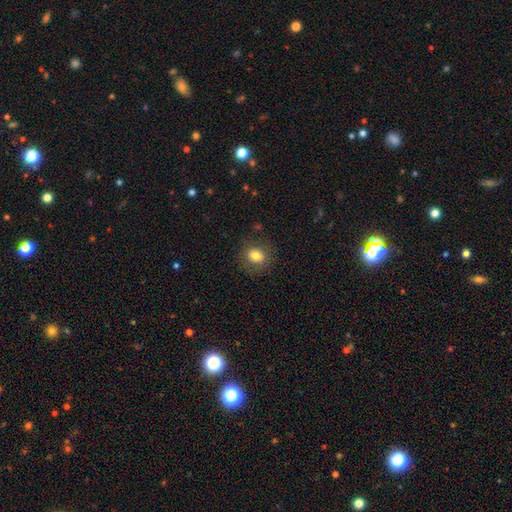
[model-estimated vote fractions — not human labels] Smooth or featured? Predicted: smooth (p=0.78). How rounded? Predicted: round (p=0.62). Merging? Predicted: none (p=0.82).